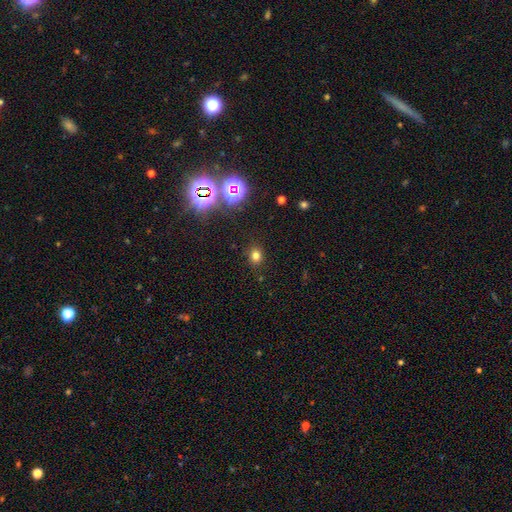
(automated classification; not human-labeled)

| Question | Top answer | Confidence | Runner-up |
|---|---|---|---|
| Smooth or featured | smooth | 72% | star or artifact (21%) |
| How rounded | round | 63% | in between (36%) |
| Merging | none | 86% | minor disturbance (9%) |